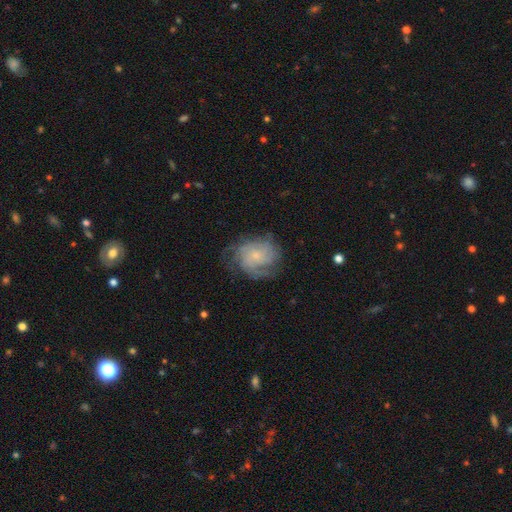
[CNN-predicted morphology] smooth-or-featured: featured or disk: 71% | smooth: 21% | star or artifact: 8%
  disk-edge-on: no: 98% | yes: 2%
    bar: no: 78% | weak: 19% | strong: 3%
    has-spiral-arms: yes: 90% | no: 10%
      spiral-winding: tight: 53% | medium: 35% | loose: 13%
      spiral-arm-count: can't tell: 42% | 3: 18% | 2: 18% | 4: 10% | 1: 6% | more than 4: 6%
    bulge-size: small: 74% | moderate: 16% | none: 7% | large: 2% | dominant: 1%
  merging: none: 63% | minor disturbance: 22% | major disturbance: 14% | merger: 1%